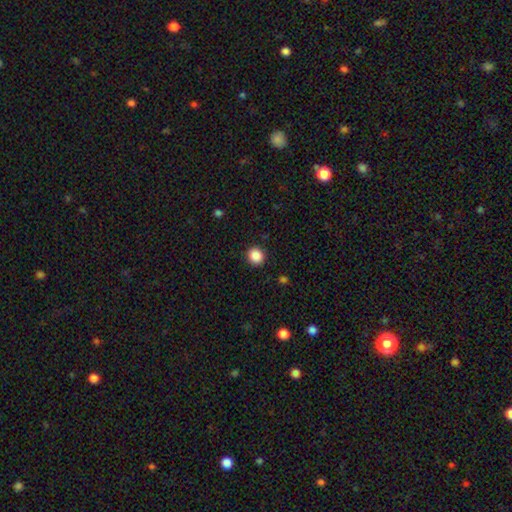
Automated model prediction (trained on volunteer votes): Morphology: type=smooth (88%); roundness=round (88%); merging=none (91%).